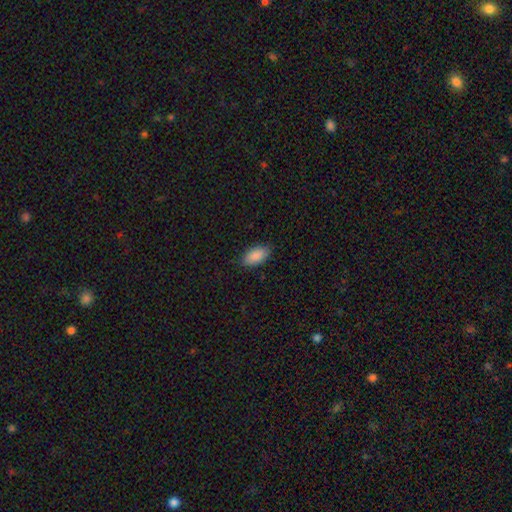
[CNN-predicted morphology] smooth_or_featured: smooth (p=0.89) [alt: star or artifact p=0.07]
how_rounded: in between (p=0.93) [alt: cigar-shaped p=0.04]
merging: none (p=0.85) [alt: minor disturbance p=0.11]